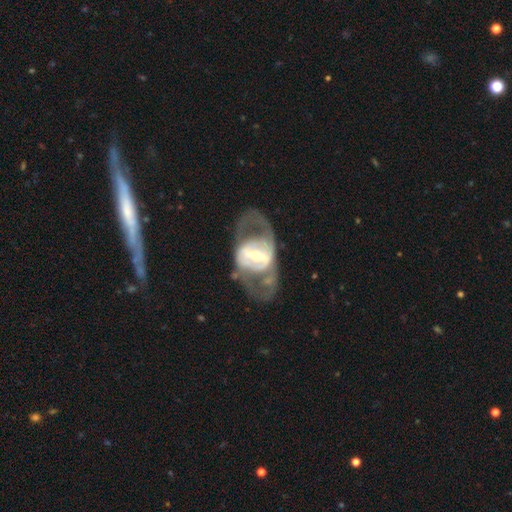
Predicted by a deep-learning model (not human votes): Smooth or featured? Predicted: featured or disk (p=0.80). Edge-on disk? Predicted: no (p=0.91). Bar? Predicted: strong (p=0.63). Spiral arms? Predicted: yes (p=0.53). Bulge size? Predicted: small (p=0.48). Merging? Predicted: none (p=0.48).